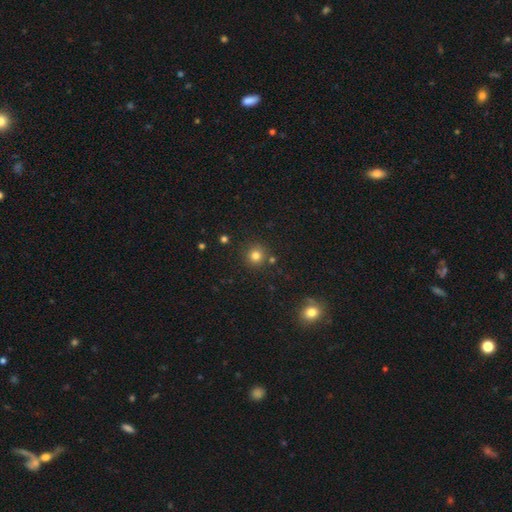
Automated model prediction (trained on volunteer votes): smooth-or-featured: smooth: 79% | star or artifact: 14% | featured or disk: 6%
  how-rounded: round: 93% | in between: 6% | cigar-shaped: 1%
  merging: none: 85% | minor disturbance: 7% | merger: 5% | major disturbance: 3%